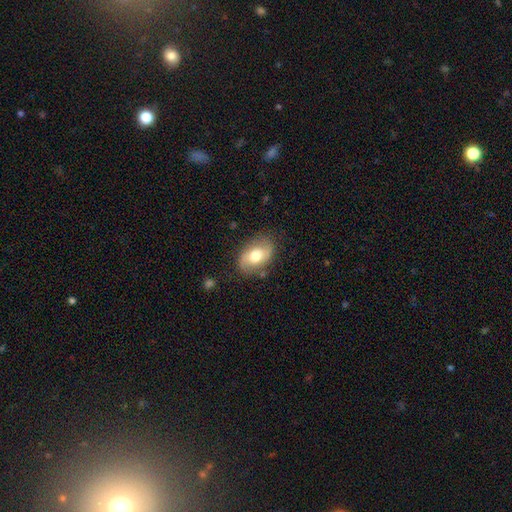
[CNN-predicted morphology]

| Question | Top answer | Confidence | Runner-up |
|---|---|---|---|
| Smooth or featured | smooth | 56% | featured or disk (38%) |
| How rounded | in between | 85% | round (13%) |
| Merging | none | 77% | minor disturbance (16%) |